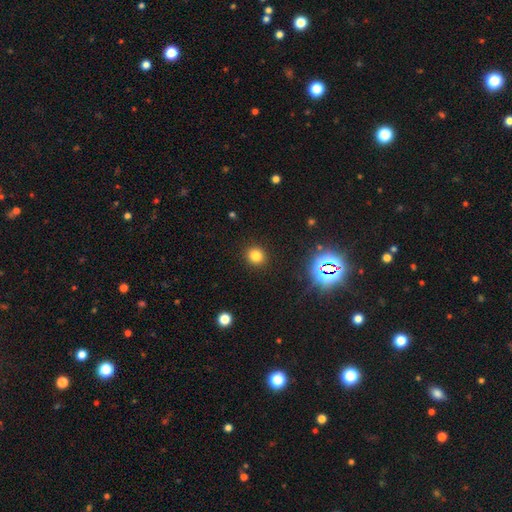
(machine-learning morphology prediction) This is likely a smooth galaxy (78%). How rounded: clearly round (85%). Merging: clearly none (91%).